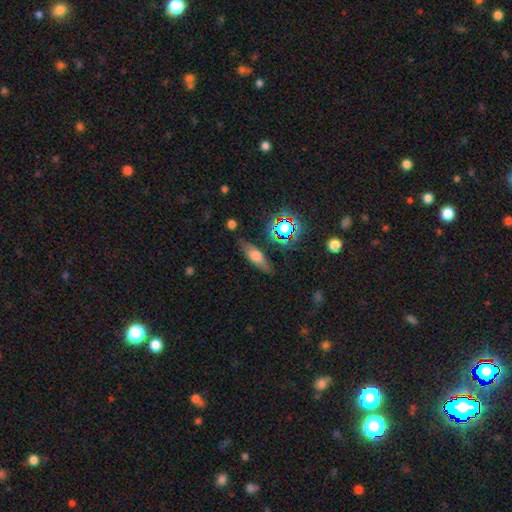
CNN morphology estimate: smooth_or_featured: smooth (p=0.57) [alt: featured or disk p=0.30]
how_rounded: in between (p=0.52) [alt: cigar-shaped p=0.43]
merging: none (p=0.79) [alt: minor disturbance p=0.15]